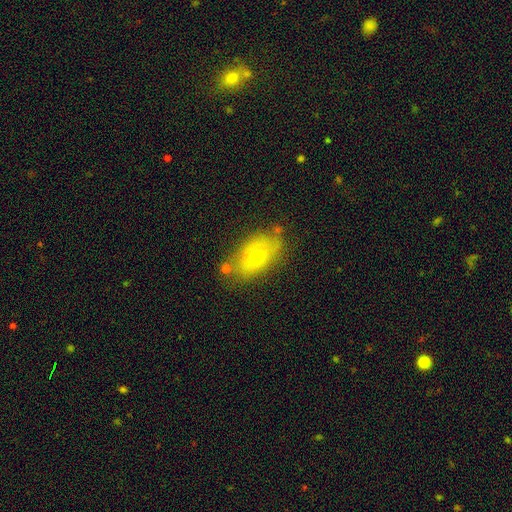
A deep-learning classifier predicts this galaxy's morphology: This appears to be a smooth galaxy with no disk features (66%) that is in between round and cigar-shaped (85%). Merging: none (72%).